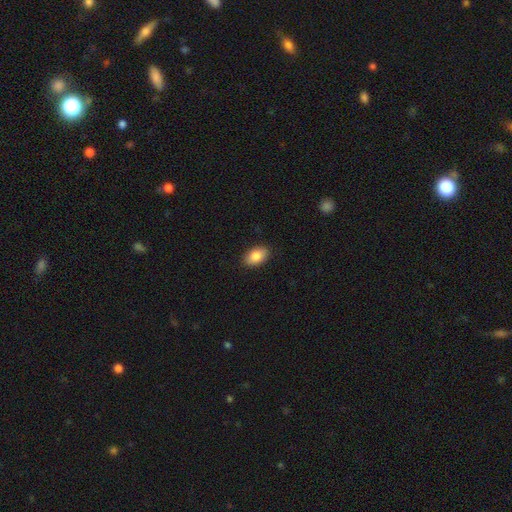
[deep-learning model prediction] smooth 86%, star or artifact 7%, featured or disk 7%. Down the decision tree: how rounded — in between (91%); merging — none (89%).